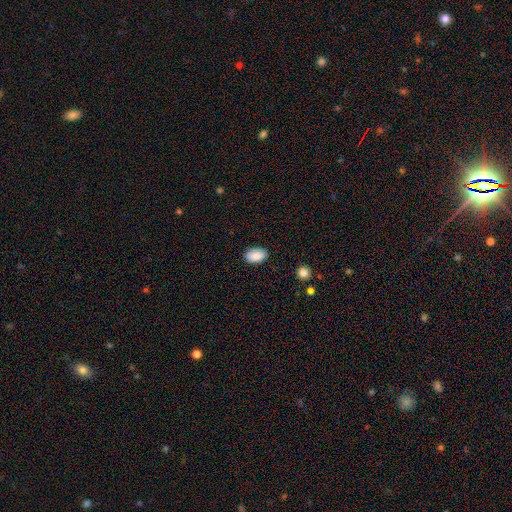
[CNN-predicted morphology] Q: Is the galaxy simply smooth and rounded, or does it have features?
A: smooth — 89%.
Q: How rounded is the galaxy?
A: in between — 90%.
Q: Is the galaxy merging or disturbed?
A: none — 87%.